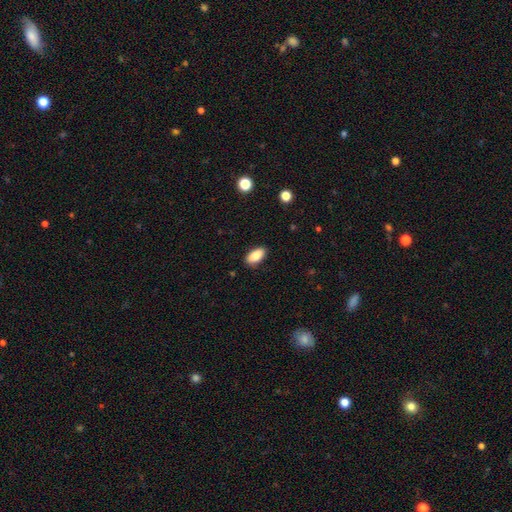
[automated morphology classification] Smooth or featured? smooth (85%)
How rounded? in between (91%)
Merging? none (88%)